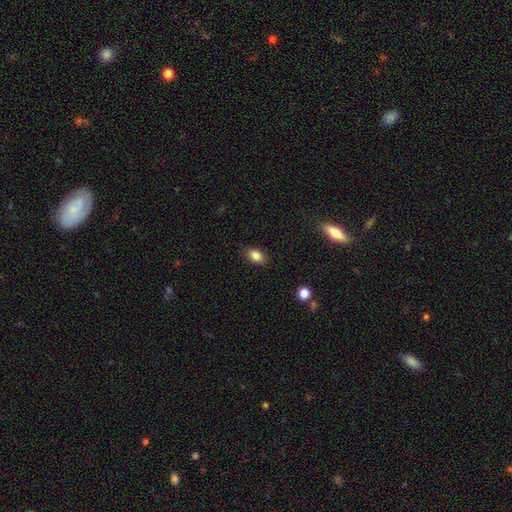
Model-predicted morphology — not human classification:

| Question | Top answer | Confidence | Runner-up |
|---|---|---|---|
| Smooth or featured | smooth | 84% | star or artifact (9%) |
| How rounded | in between | 83% | round (15%) |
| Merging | none | 85% | minor disturbance (12%) |